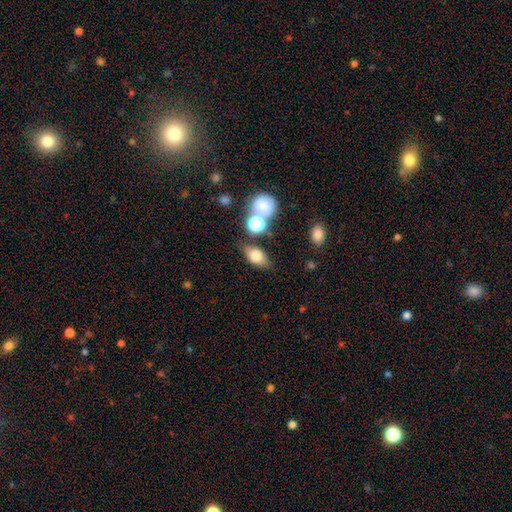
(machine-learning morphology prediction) smooth_or_featured: smooth (p=0.71) [alt: featured or disk p=0.19]
how_rounded: in between (p=0.80) [alt: round p=0.15]
merging: none (p=0.71) [alt: minor disturbance p=0.14]